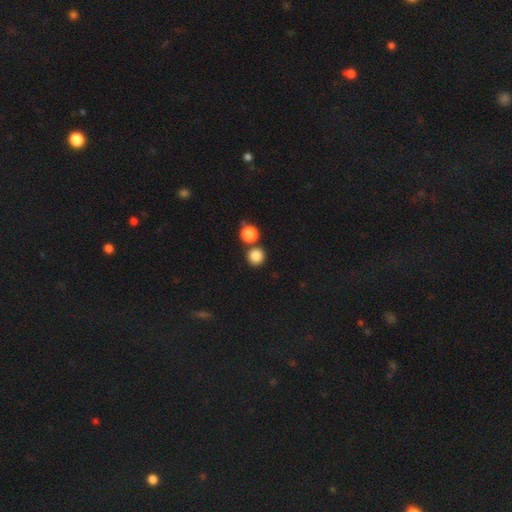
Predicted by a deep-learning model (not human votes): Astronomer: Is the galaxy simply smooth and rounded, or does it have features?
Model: smooth — 84%.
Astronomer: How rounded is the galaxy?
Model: round — 92%.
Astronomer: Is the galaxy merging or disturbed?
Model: none — 74%.